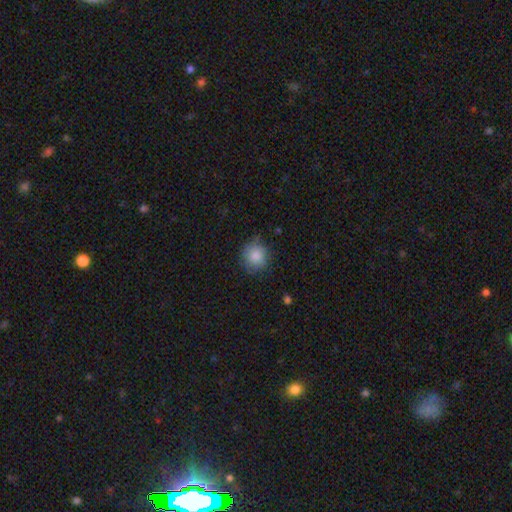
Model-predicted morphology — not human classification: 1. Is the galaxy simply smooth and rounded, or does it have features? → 86% smooth, 8% star or artifact, 6% featured or disk.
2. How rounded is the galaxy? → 90% round, 9% in between, 1% cigar-shaped.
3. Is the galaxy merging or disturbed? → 78% none, 17% minor disturbance, 4% major disturbance, 1% merger.